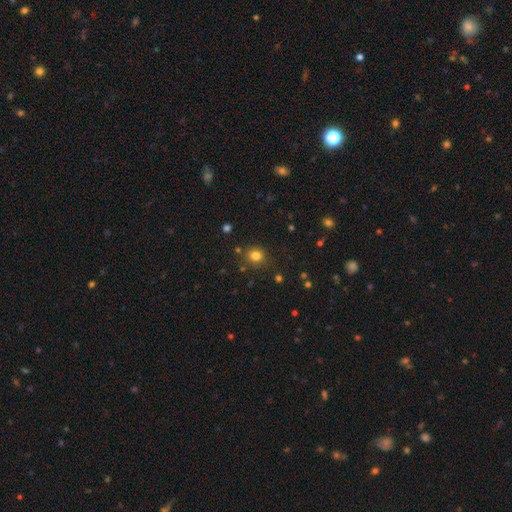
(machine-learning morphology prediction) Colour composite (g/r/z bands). It shows a smooth galaxy with no disk features (79%) that is round (86%). Merging: none (85%).